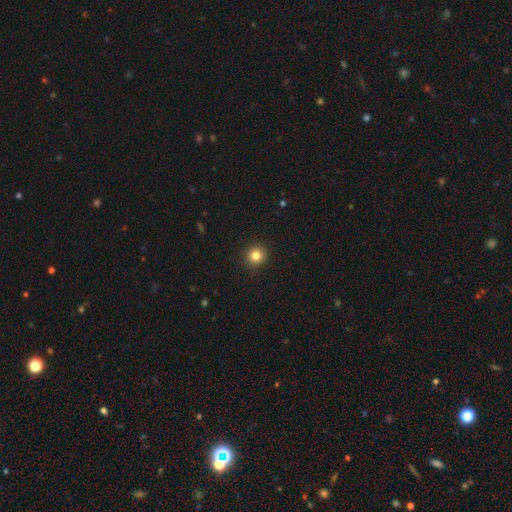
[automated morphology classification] type=smooth (83%); roundness=round (93%); merging=none (92%).